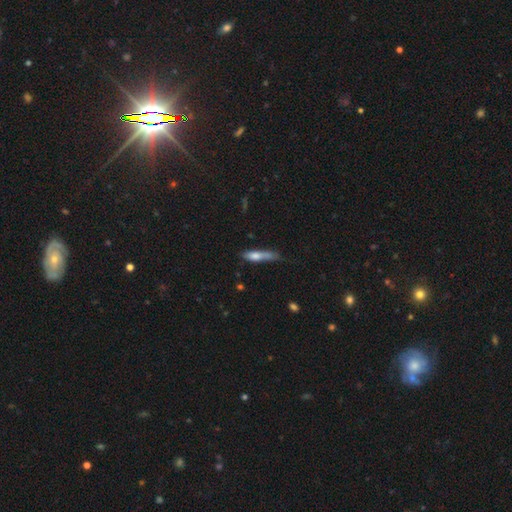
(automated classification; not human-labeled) smooth 66%, featured or disk 26%, star or artifact 8%. Down the decision tree: how rounded — cigar-shaped (79%); merging — none (43%).